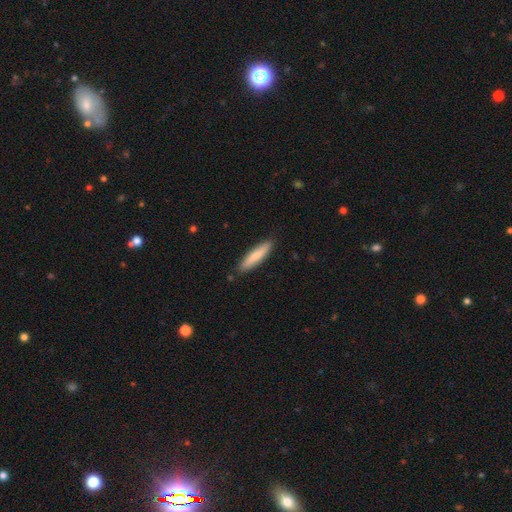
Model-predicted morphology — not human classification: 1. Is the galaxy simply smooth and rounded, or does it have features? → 79% smooth, 16% featured or disk, 5% star or artifact.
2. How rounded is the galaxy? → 82% cigar-shaped, 17% in between, 1% round.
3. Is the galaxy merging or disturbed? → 87% none, 10% minor disturbance, 2% major disturbance, 2% merger.